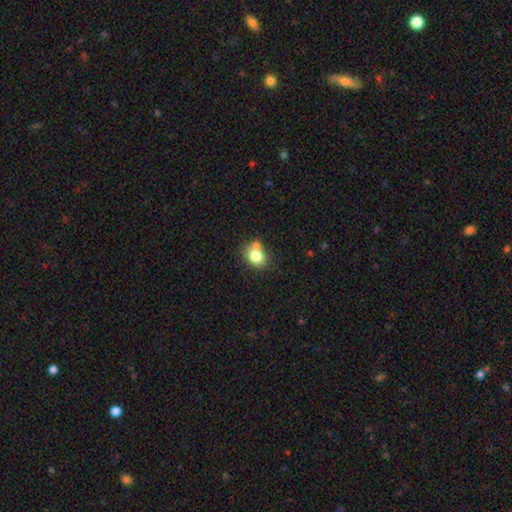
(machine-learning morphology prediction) Smooth or featured? Predicted: smooth (p=0.77). How rounded? Predicted: round (p=0.57). Merging? Predicted: none (p=0.54).